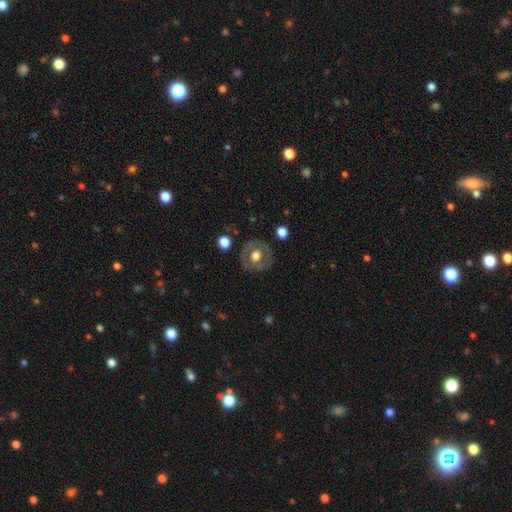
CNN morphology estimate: This is possibly a smooth galaxy (49%). Merging: clearly none (82%).